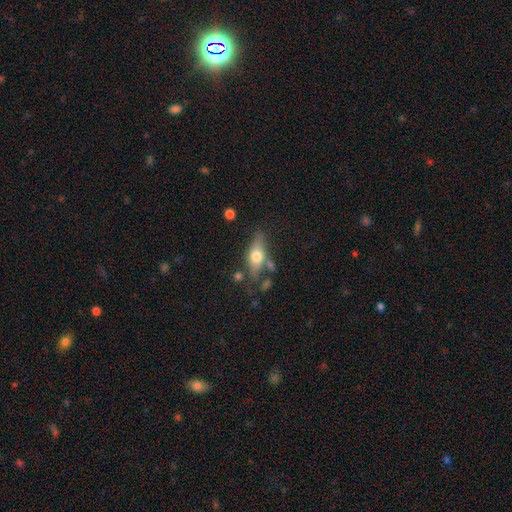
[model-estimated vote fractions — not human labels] Smooth or featured? Predicted: featured or disk (p=0.47). Merging? Predicted: none (p=0.62).